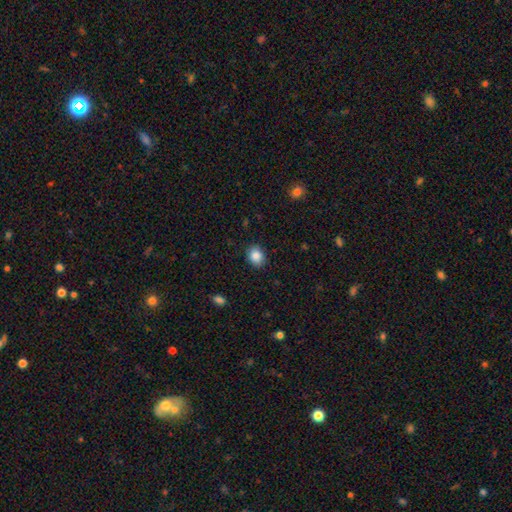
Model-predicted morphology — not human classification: type=smooth (87%); roundness=in between (50%, tied with round); merging=none (88%).